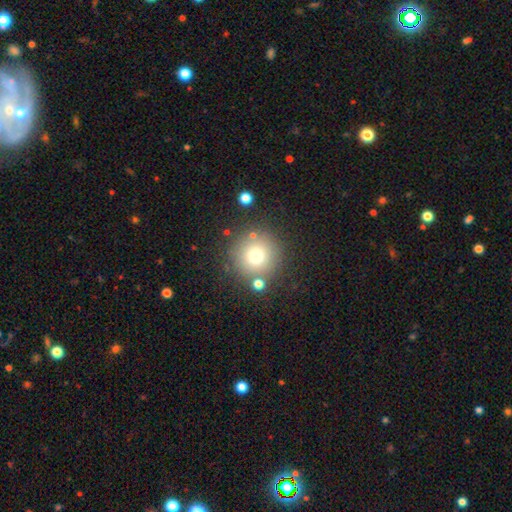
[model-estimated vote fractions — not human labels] The model was most divided on "smooth or featured": smooth: 72%, star or artifact: 15%, featured or disk: 13%. More confident: how rounded — round (95%); merging — none (81%).